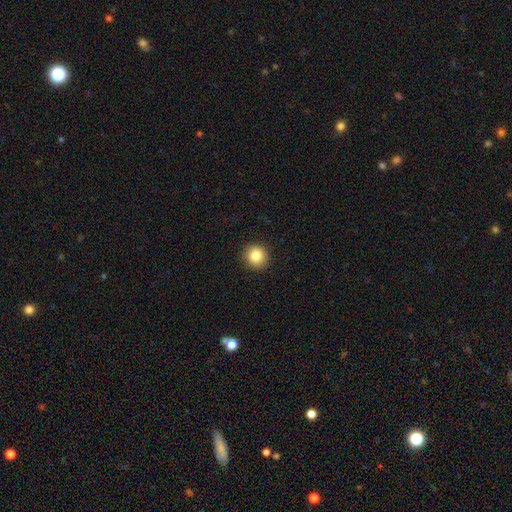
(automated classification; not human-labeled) Smooth or featured? Predicted: smooth (p=0.85). How rounded? Predicted: round (p=0.92). Merging? Predicted: none (p=0.92).